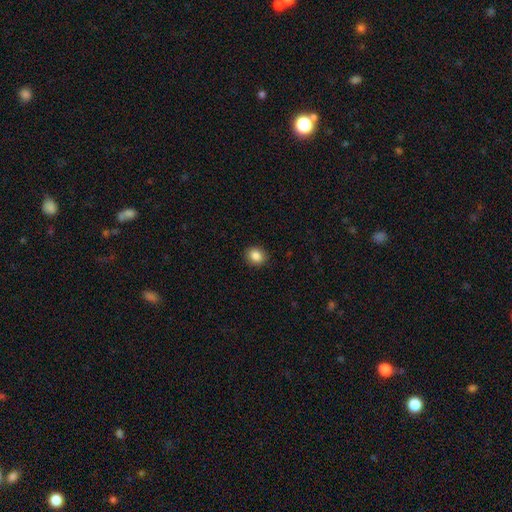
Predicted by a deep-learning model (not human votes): smooth 86%, star or artifact 9%, featured or disk 5%. Down the decision tree: how rounded — round (66%); merging — none (90%).